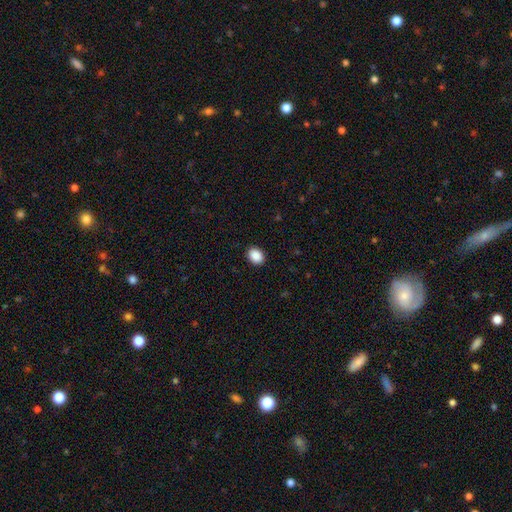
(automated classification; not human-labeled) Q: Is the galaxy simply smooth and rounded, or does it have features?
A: smooth — 90%.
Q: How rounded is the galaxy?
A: in between — 59%.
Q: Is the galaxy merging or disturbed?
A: none — 90%.